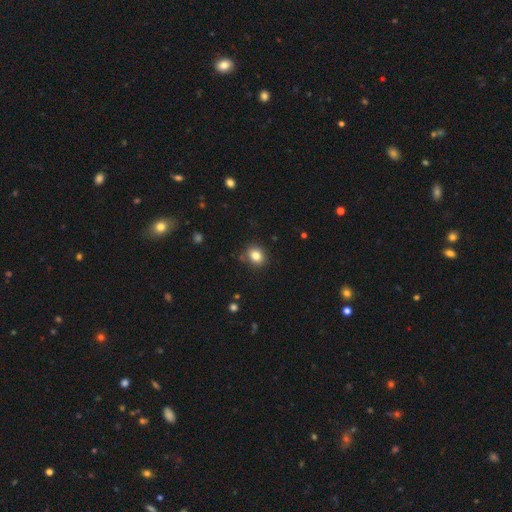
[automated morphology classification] type=smooth (82%); roundness=round (62%); merging=none (85%).